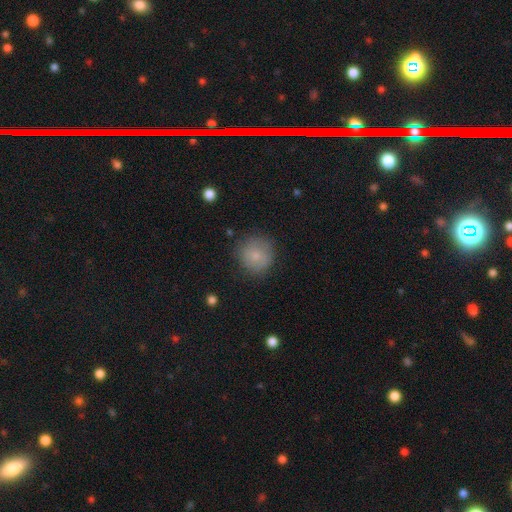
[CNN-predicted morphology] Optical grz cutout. It shows a smooth galaxy with no disk features (78%) that is round (92%). Merging: none (80%).